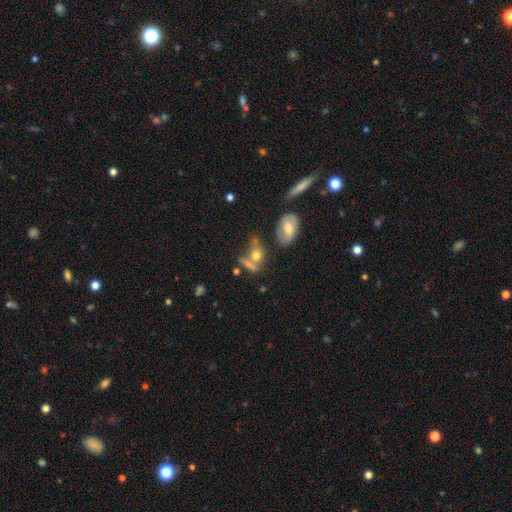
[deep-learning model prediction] Morphology: type=smooth (59%); roundness=in between (52%); merging=none (45%).